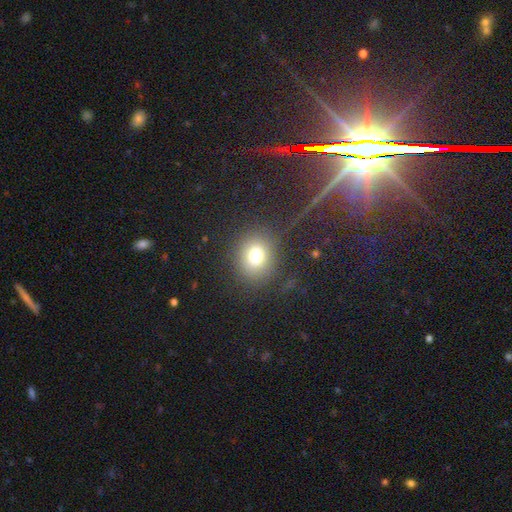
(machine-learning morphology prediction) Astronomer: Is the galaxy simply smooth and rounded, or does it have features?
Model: smooth — 74%.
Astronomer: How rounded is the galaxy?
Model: round — 75%.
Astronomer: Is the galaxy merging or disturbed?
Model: none — 81%.